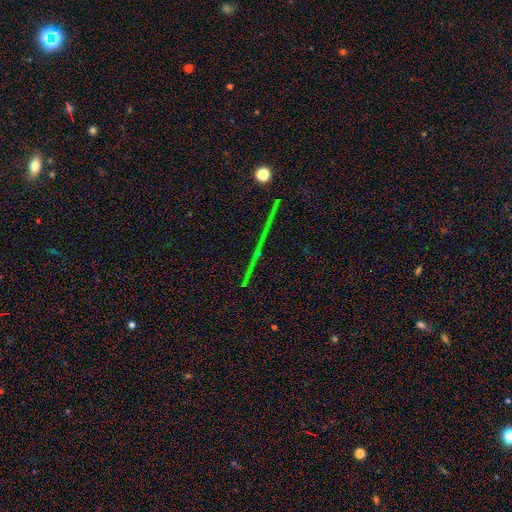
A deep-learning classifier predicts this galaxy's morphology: A star or artifact, not a galaxy (79%).

Vote fractions:
- Smooth or featured? star or artifact: 79% / featured or disk: 11% / smooth: 10%